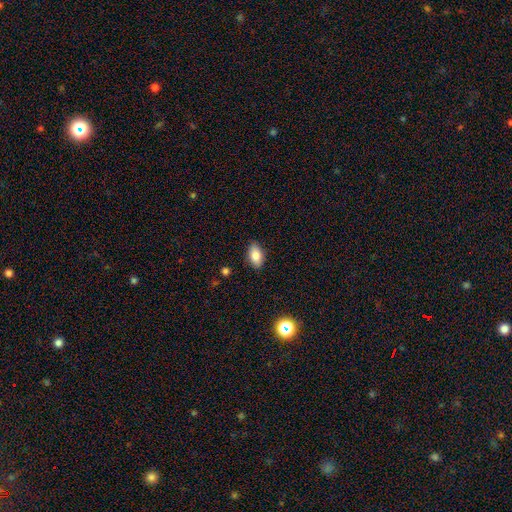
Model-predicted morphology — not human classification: The model was most divided on "smooth or featured": smooth: 83%, featured or disk: 9%, star or artifact: 8%. More confident: how rounded — in between (91%); merging — none (87%).